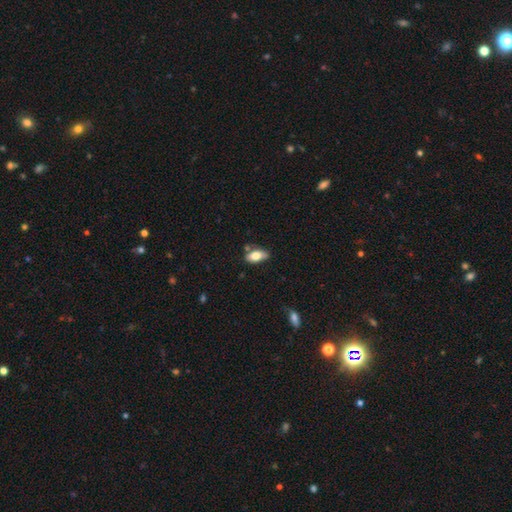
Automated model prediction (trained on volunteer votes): The model was most divided on "merging": none: 65%, minor disturbance: 21%, merger: 9%, major disturbance: 5%. More confident: how rounded — in between (90%); smooth or featured — smooth (78%).